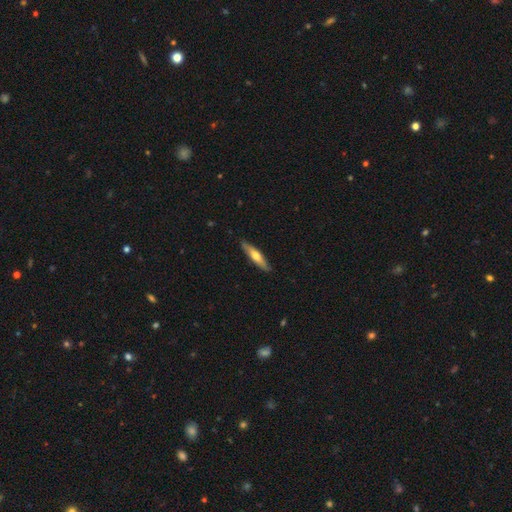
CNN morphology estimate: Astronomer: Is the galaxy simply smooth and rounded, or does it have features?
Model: smooth — 54% (runner-up: featured or disk, 41%).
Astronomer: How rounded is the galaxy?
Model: cigar-shaped — 83%.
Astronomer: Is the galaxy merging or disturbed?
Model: none — 87%.